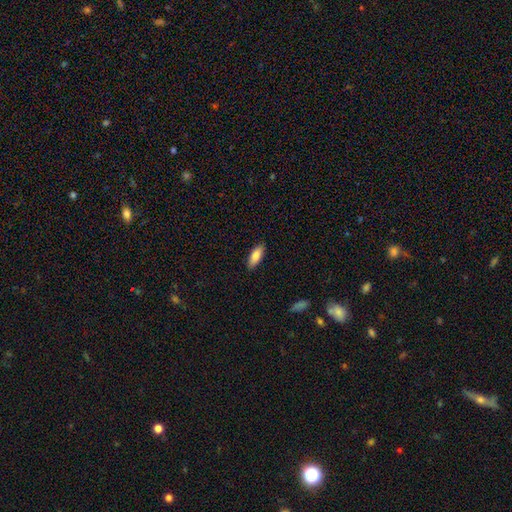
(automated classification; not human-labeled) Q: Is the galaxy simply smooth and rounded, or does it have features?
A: smooth — 84%.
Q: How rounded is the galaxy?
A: in between — 72%.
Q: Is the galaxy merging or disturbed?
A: none — 88%.